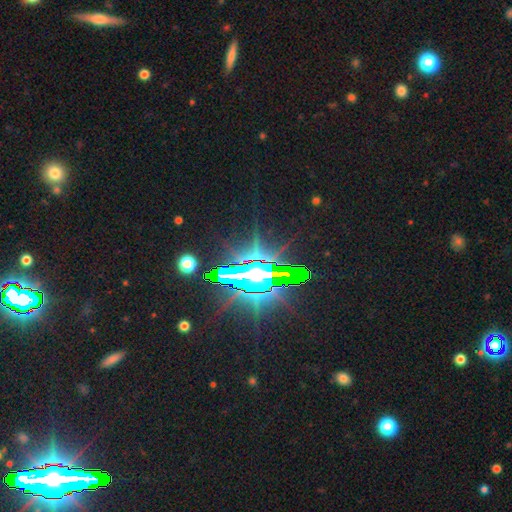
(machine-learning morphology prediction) smooth-or-featured: star or artifact: 83% | featured or disk: 9% | smooth: 7%